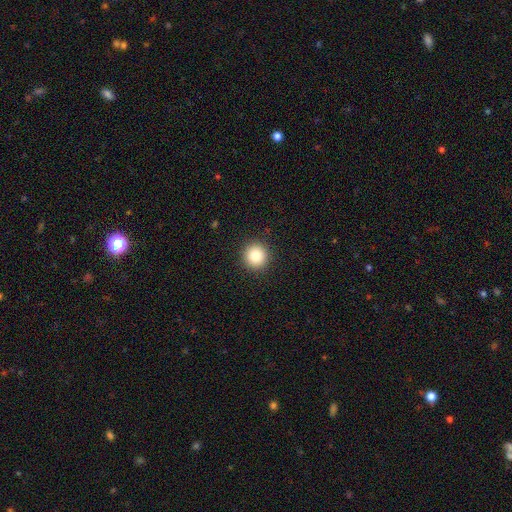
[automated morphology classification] Smooth or featured: smooth — 81% (star or artifact — 11%)
How rounded: round — 95% (in between — 4%)
Merging: none — 92% (minor disturbance — 5%)